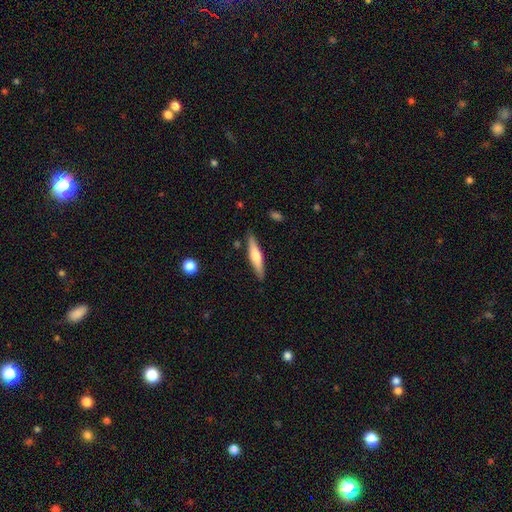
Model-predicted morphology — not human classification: Smooth or featured?
  - smooth: 54% *
  - featured or disk: 41%
  - star or artifact: 5%
How rounded?
  - cigar-shaped: 85% *
  - in between: 14%
  - round: 1%
Merging?
  - none: 87% *
  - minor disturbance: 10%
  - major disturbance: 2%
  - merger: 2%